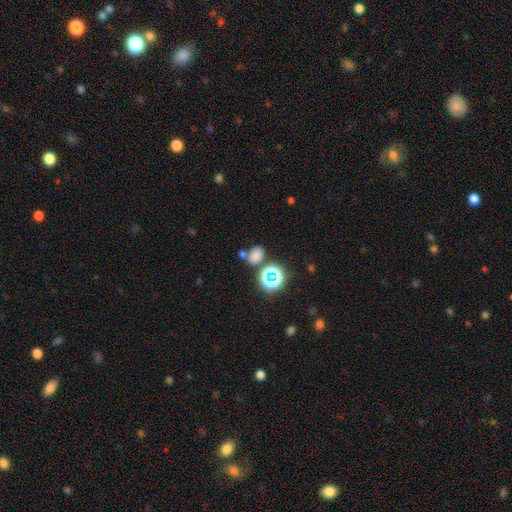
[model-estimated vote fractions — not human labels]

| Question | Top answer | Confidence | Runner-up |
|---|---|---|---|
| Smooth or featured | smooth | 69% | star or artifact (25%) |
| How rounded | in between | 52% | round (47%) |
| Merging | none | 62% | merger (22%) |